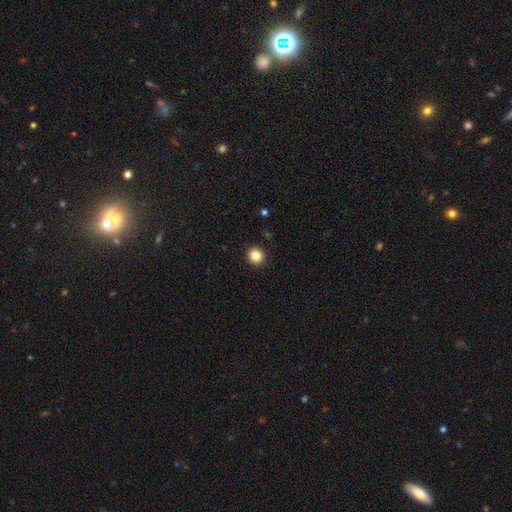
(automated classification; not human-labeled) Smooth or featured? Predicted: smooth (p=0.85). How rounded? Predicted: round (p=0.93). Merging? Predicted: none (p=0.92).